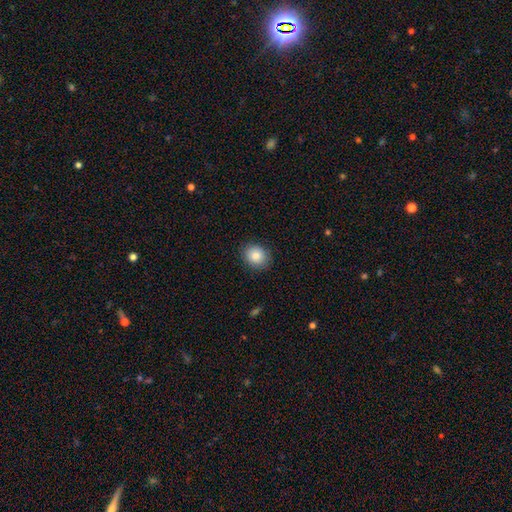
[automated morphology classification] Overall: smooth (86%). How rounded: round (66%; in between 33%). Merging: none (88%).